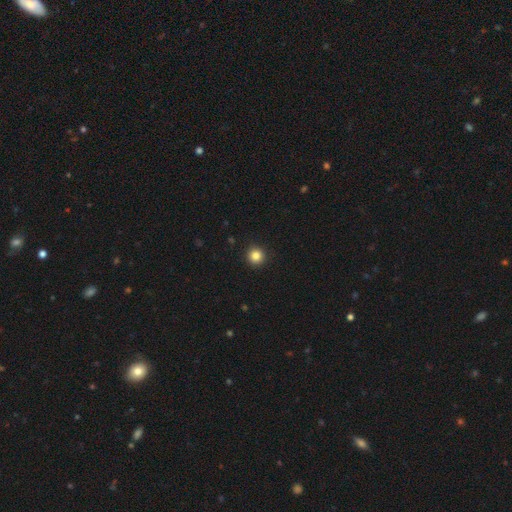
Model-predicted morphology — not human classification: The model was most divided on "smooth or featured": smooth: 84%, star or artifact: 12%, featured or disk: 5%. More confident: how rounded — round (96%); merging — none (94%).